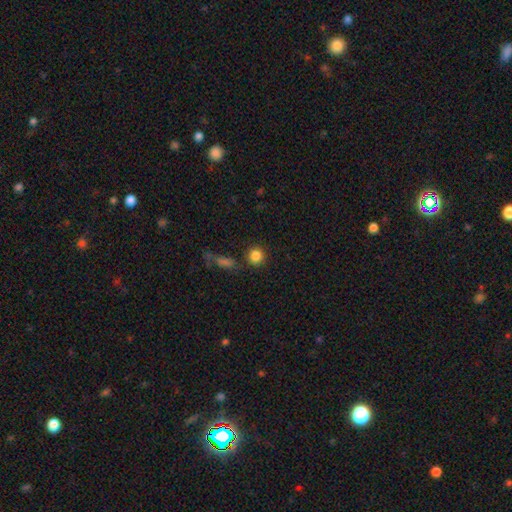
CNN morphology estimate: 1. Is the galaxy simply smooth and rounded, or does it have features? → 85% smooth, 10% star or artifact, 5% featured or disk.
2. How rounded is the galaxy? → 90% round, 9% in between, 1% cigar-shaped.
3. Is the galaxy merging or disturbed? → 80% none, 9% minor disturbance, 7% merger, 4% major disturbance.